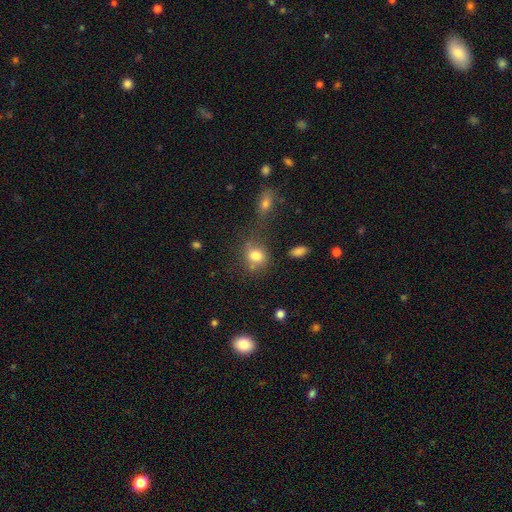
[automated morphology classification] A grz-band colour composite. It shows a smooth galaxy with no disk features (79%) that is round (60%). Merging: none (57%).